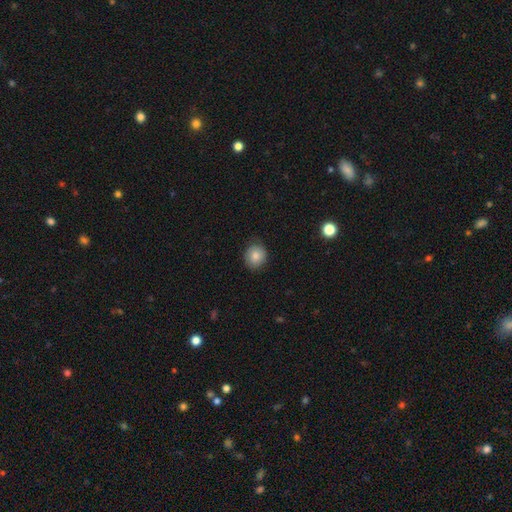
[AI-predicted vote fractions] Smooth or featured? smooth (82%)
How rounded? round (80%)
Merging? none (80%)